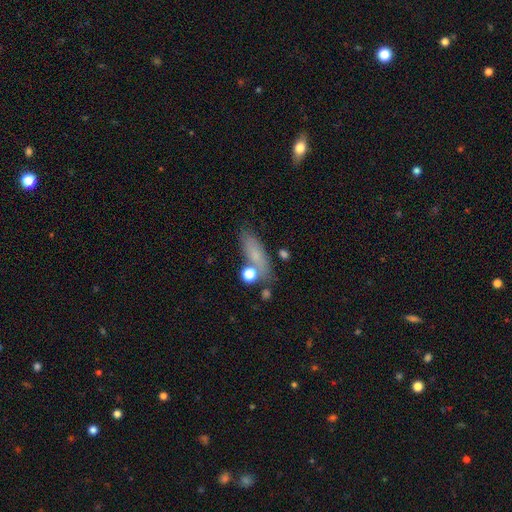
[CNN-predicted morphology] type=smooth (68%); roundness=in between (52%); merging=none (66%).